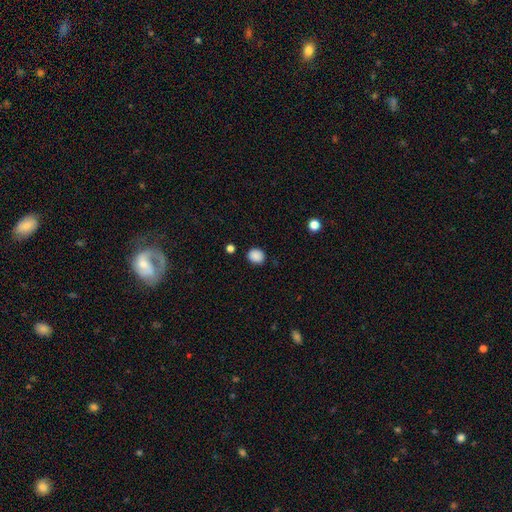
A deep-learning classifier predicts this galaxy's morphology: smooth 88%, star or artifact 9%, featured or disk 3%. Down the decision tree: how rounded — round (66%); merging — none (87%).